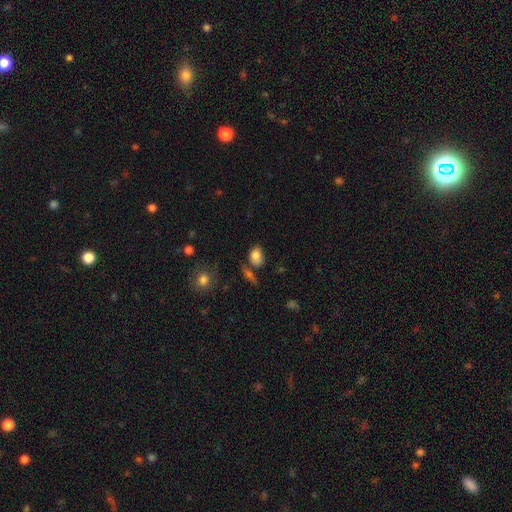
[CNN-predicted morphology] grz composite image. It shows a smooth galaxy with no disk features (81%) that is in between round and cigar-shaped (79%). Merging: none (63%).